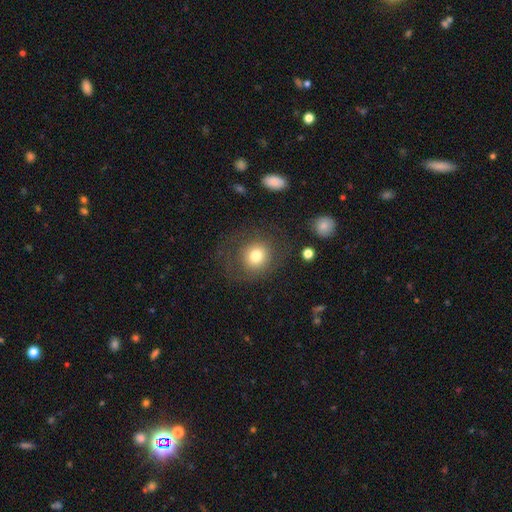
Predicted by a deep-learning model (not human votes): smooth 73%, featured or disk 17%, star or artifact 10%. Down the decision tree: how rounded — round (81%); merging — none (66%).